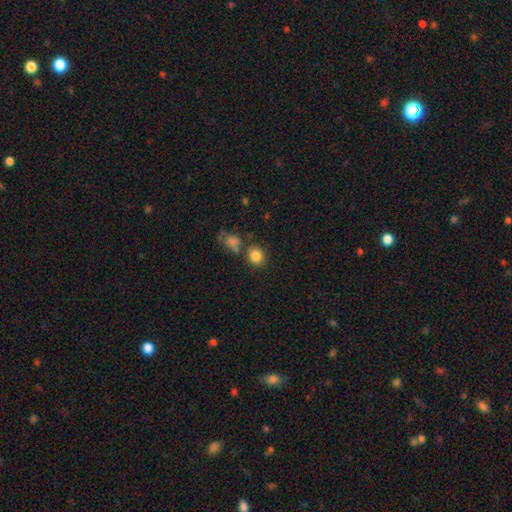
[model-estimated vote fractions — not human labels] A smooth galaxy with no disk features (84%) that is round (78%).

Vote fractions:
- Smooth or featured? smooth: 84% / star or artifact: 10% / featured or disk: 6%
- How rounded? round: 78% / in between: 21% / cigar-shaped: 1%
- Merging? none: 68% / merger: 16% / minor disturbance: 11% / major disturbance: 4%